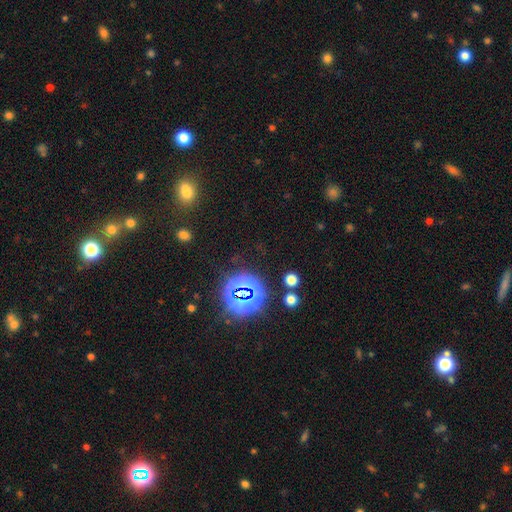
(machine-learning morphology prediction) smooth_or_featured: star or artifact (p=0.73) [alt: smooth p=0.19]